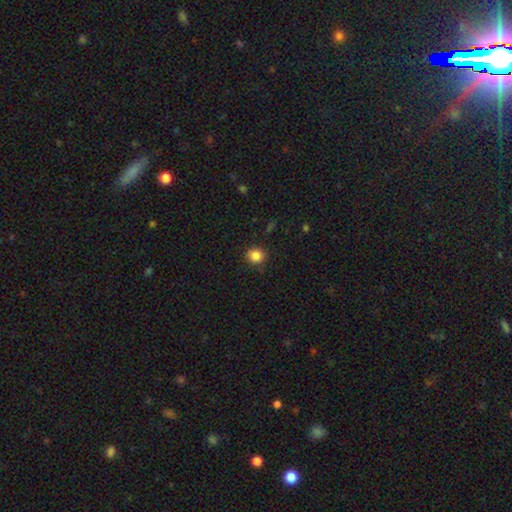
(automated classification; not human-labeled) Morphology: type=smooth (85%); roundness=round (82%); merging=none (87%).